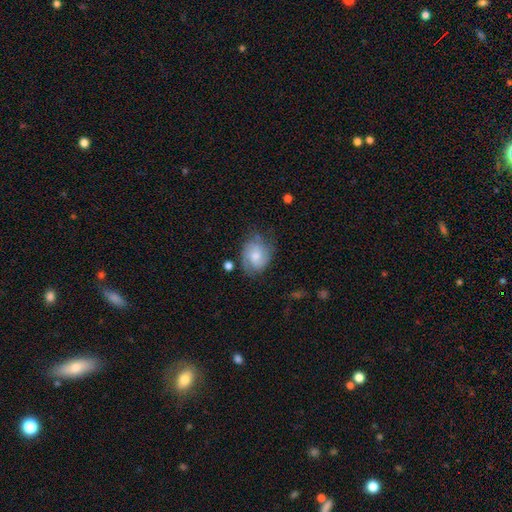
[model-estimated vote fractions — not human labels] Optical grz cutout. It shows a smooth galaxy with no disk features (53%) that is in between round and cigar-shaped (51%). Merging: none (58%).